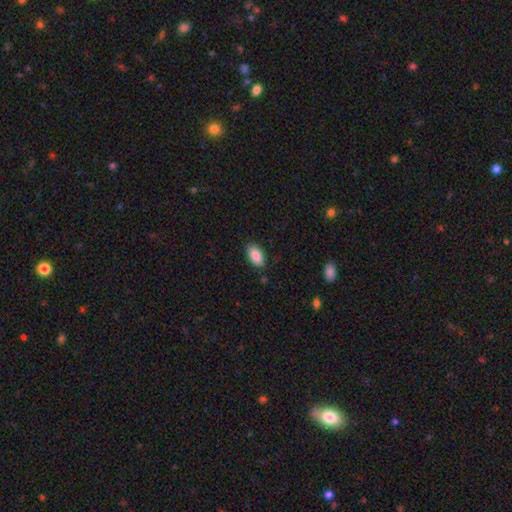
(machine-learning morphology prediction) Smooth or featured? smooth (88%)
How rounded? in between (94%)
Merging? none (84%)